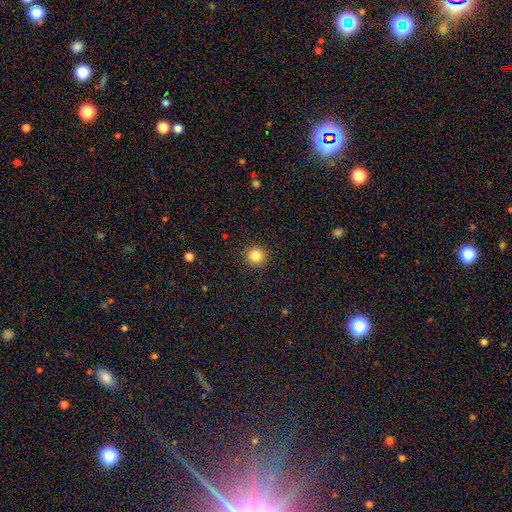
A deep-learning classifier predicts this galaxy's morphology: A smooth galaxy with no disk features (84%) that is round (95%). Merging: none (92%).